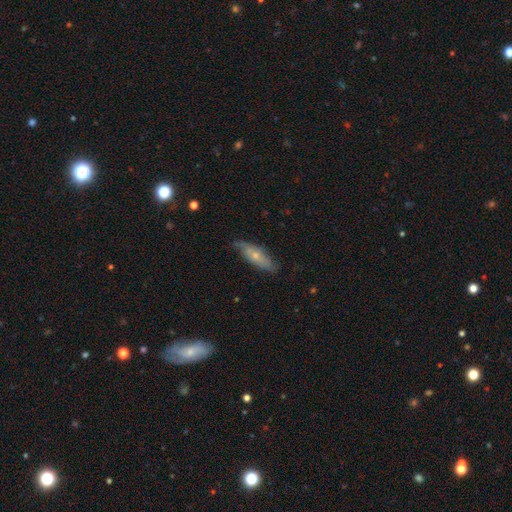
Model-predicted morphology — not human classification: The model was most divided on "smooth or featured": featured or disk: 48%, smooth: 45%, star or artifact: 6%. More confident: merging — none (66%).